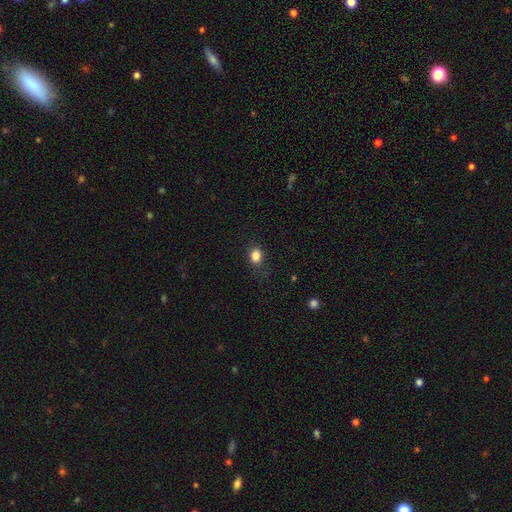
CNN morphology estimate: smooth 84%, star or artifact 11%, featured or disk 5%. Down the decision tree: how rounded — in between (55%); merging — none (75%).